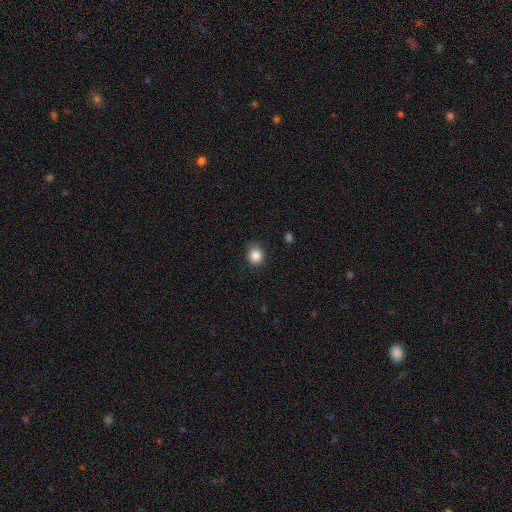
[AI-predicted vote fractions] smooth 85%, star or artifact 10%, featured or disk 5%. Down the decision tree: how rounded — round (74%); merging — none (83%).